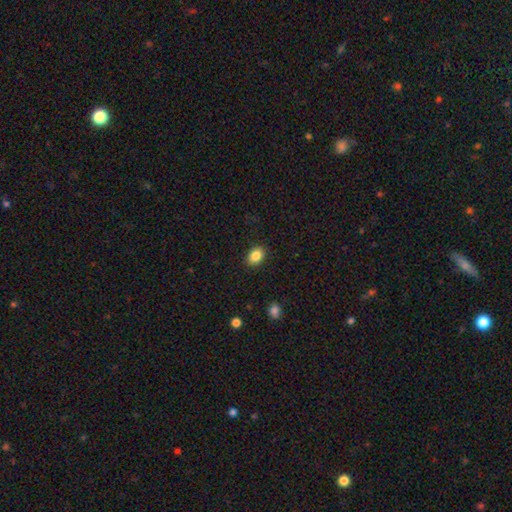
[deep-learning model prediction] This is clearly a smooth galaxy (86%). How rounded: likely in between (75%). Merging: clearly none (89%).